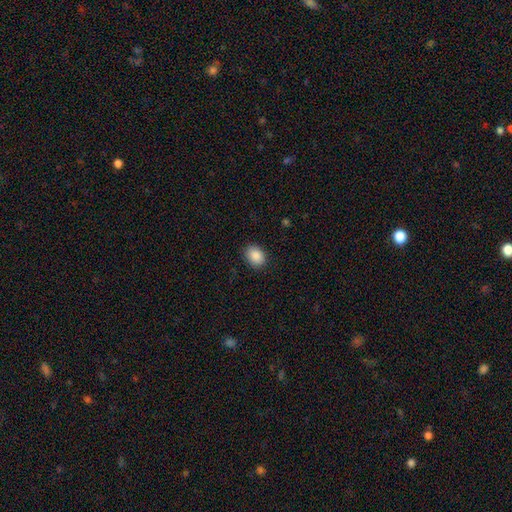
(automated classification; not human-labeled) smooth_or_featured: smooth (p=0.89) [alt: star or artifact p=0.08]
how_rounded: in between (p=0.60) [alt: round p=0.39]
merging: none (p=0.88) [alt: minor disturbance p=0.09]